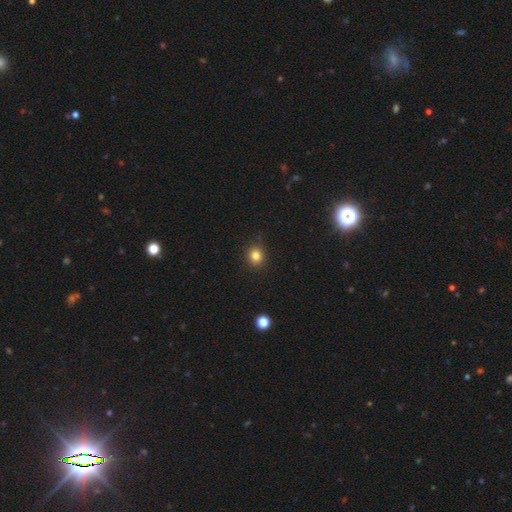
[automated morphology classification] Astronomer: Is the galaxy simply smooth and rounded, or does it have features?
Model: smooth — 82%.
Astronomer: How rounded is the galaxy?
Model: round — 81%.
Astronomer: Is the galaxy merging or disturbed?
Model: none — 86%.